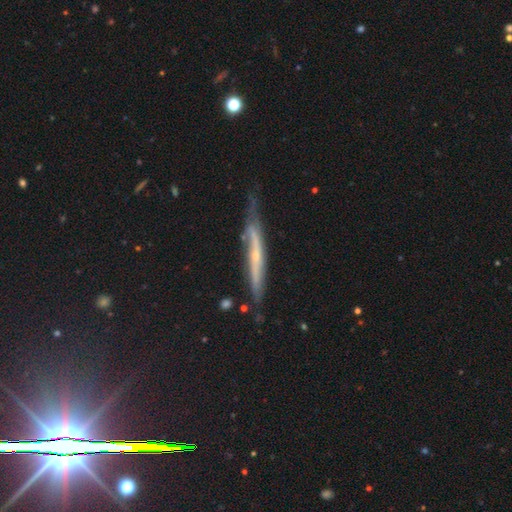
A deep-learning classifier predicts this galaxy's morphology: smooth-or-featured: featured or disk: 71% | smooth: 20% | star or artifact: 9%
  disk-edge-on: yes: 82% | no: 18%
    edge-on-bulge: rounded: 53% | none: 42% | boxy: 5%
  merging: none: 58% | minor disturbance: 31% | major disturbance: 7% | merger: 3%